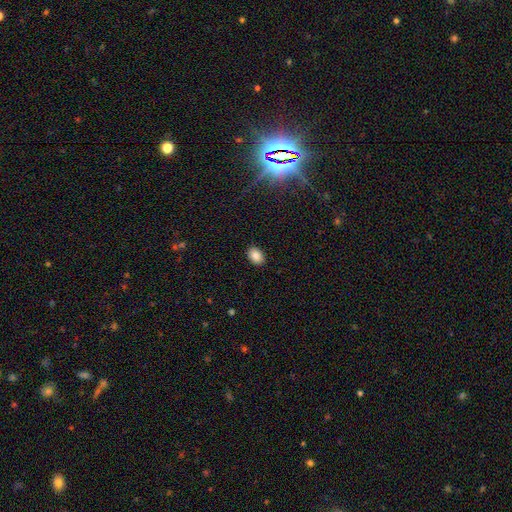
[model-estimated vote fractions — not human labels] A smooth galaxy with no disk features (87%) that is in between round and cigar-shaped (79%). Merging: none (90%).